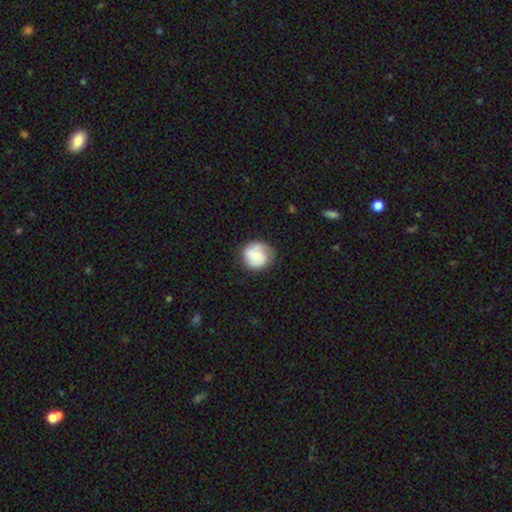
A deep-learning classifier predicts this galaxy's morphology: smooth 61%, featured or disk 32%, star or artifact 7%. Down the decision tree: how rounded — round (87%); merging — none (72%).